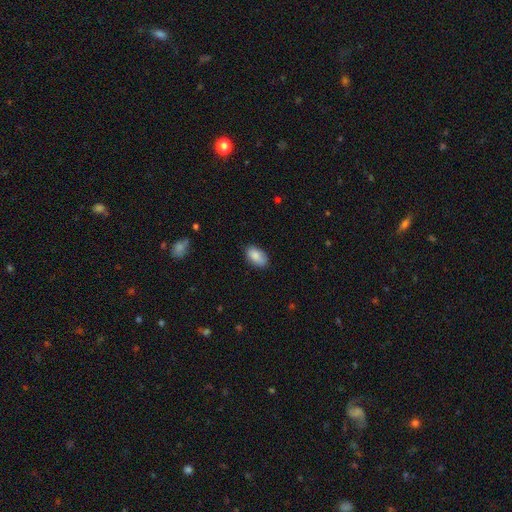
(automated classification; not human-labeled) The model was most divided on "merging": none: 82%, minor disturbance: 14%, major disturbance: 3%, merger: 1%. More confident: how rounded — in between (94%); smooth or featured — smooth (87%).